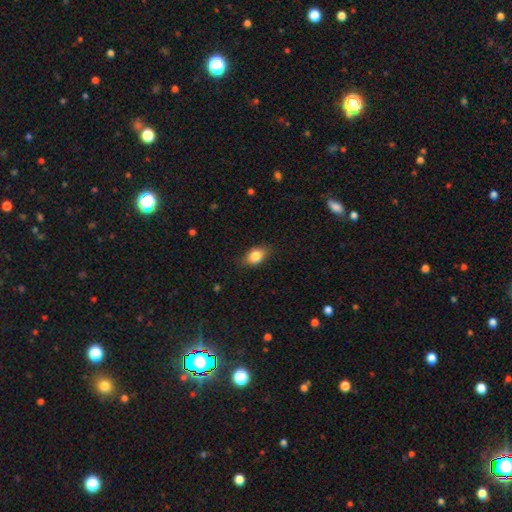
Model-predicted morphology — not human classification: A smooth galaxy with no disk features (82%) that is in between round and cigar-shaped (77%).

Vote fractions:
- Smooth or featured? smooth: 82% / featured or disk: 10% / star or artifact: 8%
- How rounded? in between: 77% / round: 20% / cigar-shaped: 3%
- Merging? none: 81% / minor disturbance: 15% / major disturbance: 3% / merger: 1%